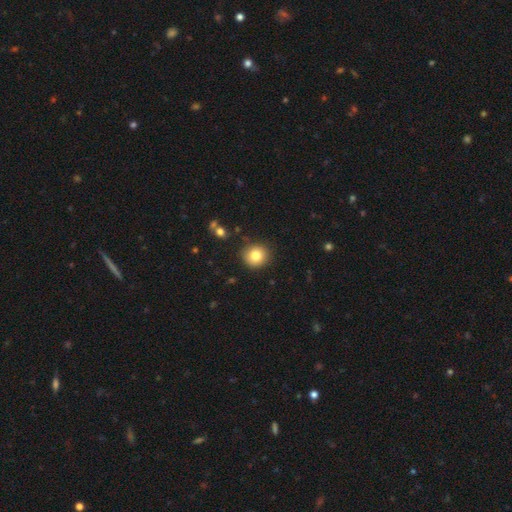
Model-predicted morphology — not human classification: Smooth or featured: smooth — 81% (star or artifact — 11%)
How rounded: round — 89% (in between — 10%)
Merging: none — 89% (minor disturbance — 8%)